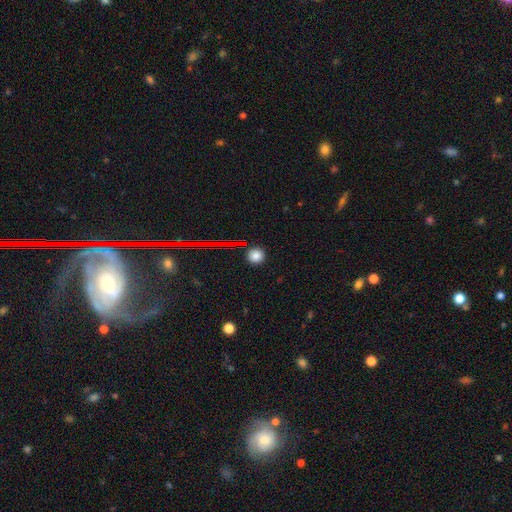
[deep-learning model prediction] Overall: smooth (80%). How rounded: round (95%). Merging: none (90%).